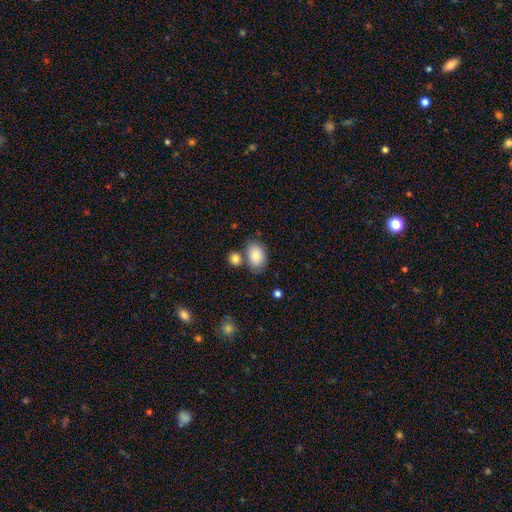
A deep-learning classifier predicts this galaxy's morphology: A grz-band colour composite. It shows a smooth galaxy with no disk features (85%) that is in between round and cigar-shaped (87%). Merging: none (61%).